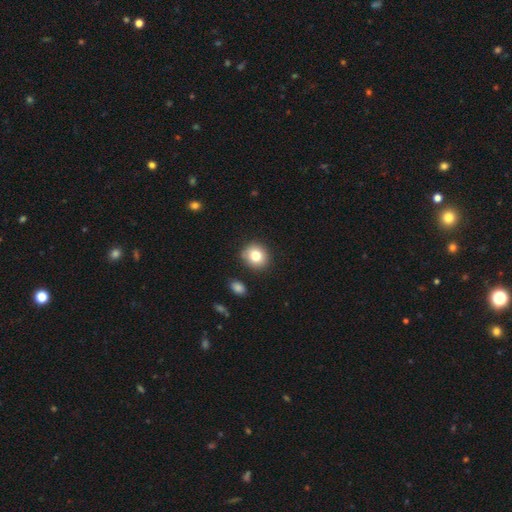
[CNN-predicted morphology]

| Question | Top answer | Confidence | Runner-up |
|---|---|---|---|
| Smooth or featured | smooth | 80% | featured or disk (10%) |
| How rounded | round | 79% | in between (20%) |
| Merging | none | 86% | minor disturbance (10%) |